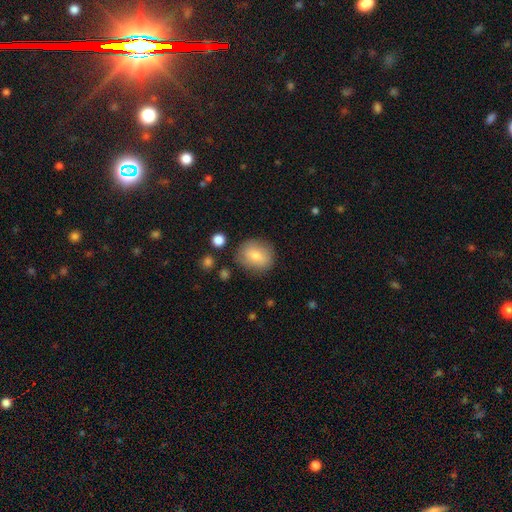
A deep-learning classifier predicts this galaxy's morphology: type=smooth (76%); roundness=round (65%); merging=none (79%).